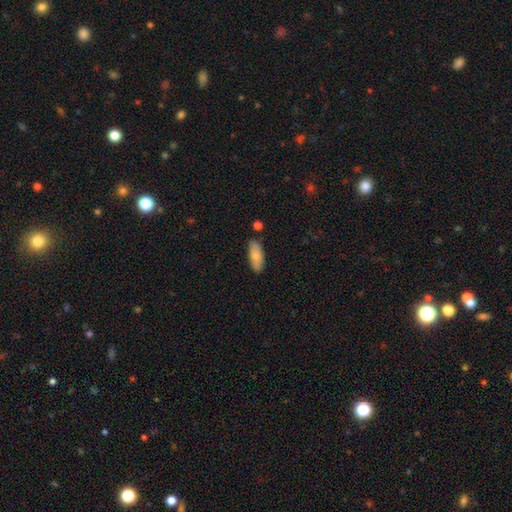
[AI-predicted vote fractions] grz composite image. It shows a smooth galaxy with no disk features (82%) that is in between round and cigar-shaped (78%). Merging: none (83%).